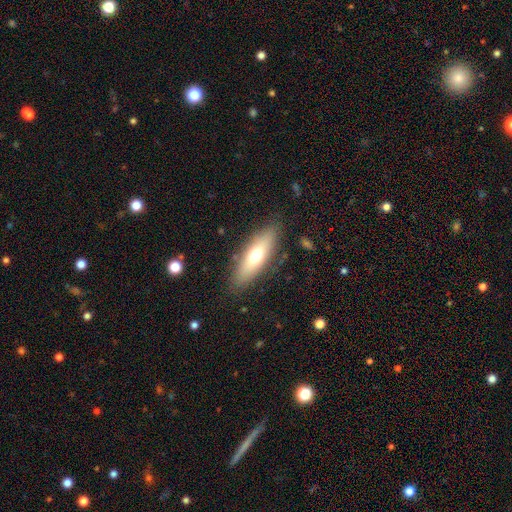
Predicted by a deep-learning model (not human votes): Overall: smooth (63%; featured or disk 30%). How rounded: in between (56%; cigar-shaped 42%). Merging: none (84%).